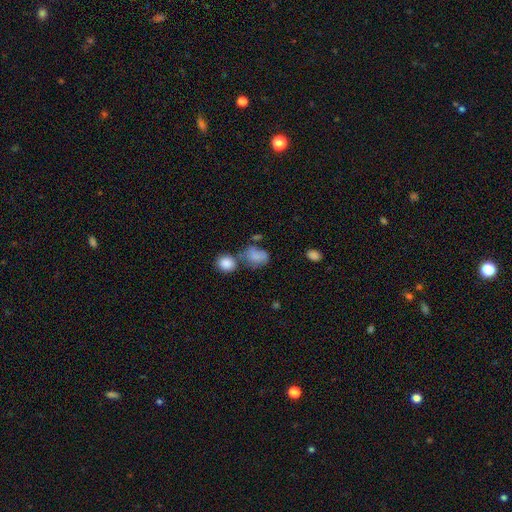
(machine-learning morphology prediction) Smooth or featured: smooth — 77% (featured or disk — 13%)
How rounded: in between — 66% (round — 32%)
Merging: none — 35% (merger — 29%)